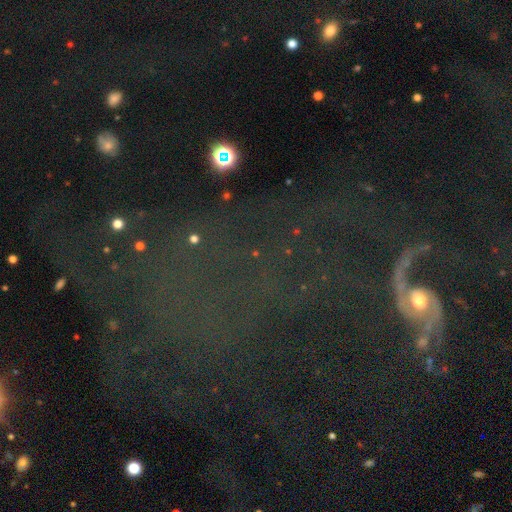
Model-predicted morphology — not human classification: Smooth or featured: featured or disk — 44% (star or artifact — 37%)
Merging: none — 45% (major disturbance — 27%)